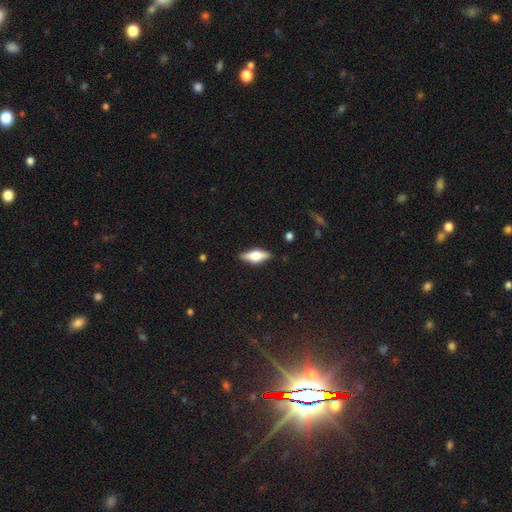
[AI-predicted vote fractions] This is possibly a featured or disk galaxy (54%). It is clearly viewed edge-on (93%). Edge-on bulge: clearly rounded (92%). Merging: clearly none (87%).